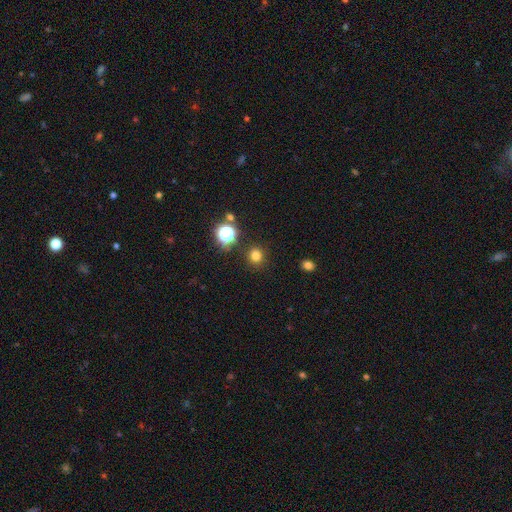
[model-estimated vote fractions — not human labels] Smooth or featured: smooth — 77% (star or artifact — 18%)
How rounded: round — 89% (in between — 10%)
Merging: none — 89% (minor disturbance — 6%)